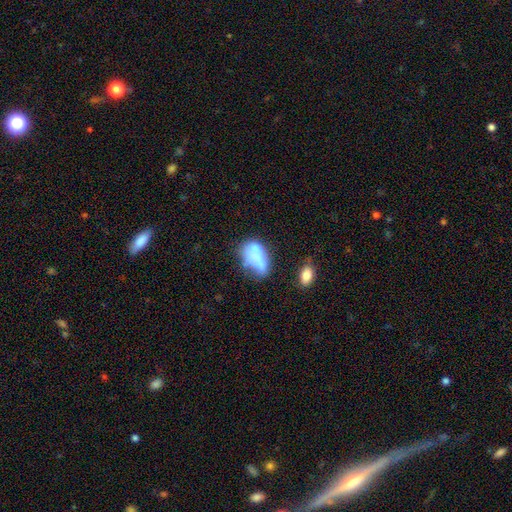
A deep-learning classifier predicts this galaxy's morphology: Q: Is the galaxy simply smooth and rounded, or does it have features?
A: smooth — 57%.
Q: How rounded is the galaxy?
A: in between — 85%.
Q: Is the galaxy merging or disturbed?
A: merger — 29%.